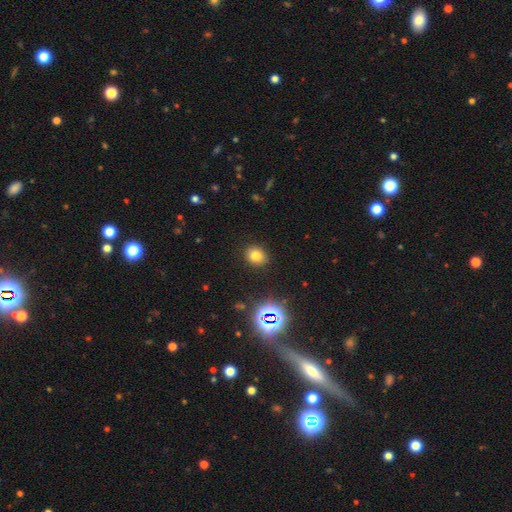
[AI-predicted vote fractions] Q: Smooth or featured?
A: smooth (75%); runner-up: star or artifact (18%)
Q: How rounded?
A: round (68%); runner-up: in between (31%)
Q: Merging?
A: none (89%); runner-up: minor disturbance (7%)